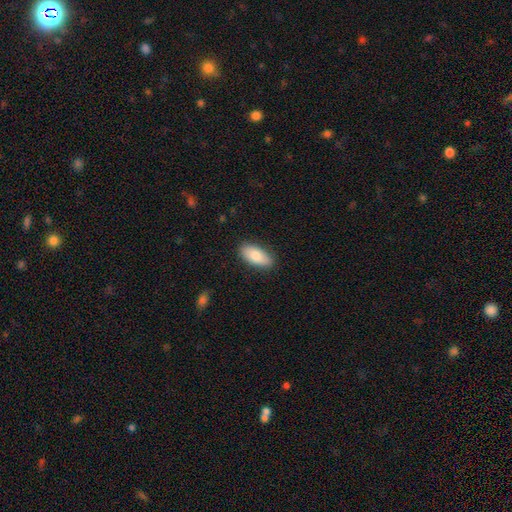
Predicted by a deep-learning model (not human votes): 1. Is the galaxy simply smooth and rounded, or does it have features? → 80% smooth, 14% featured or disk, 6% star or artifact.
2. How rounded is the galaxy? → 89% in between, 9% cigar-shaped, 3% round.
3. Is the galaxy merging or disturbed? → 85% none, 11% minor disturbance, 2% major disturbance, 1% merger.